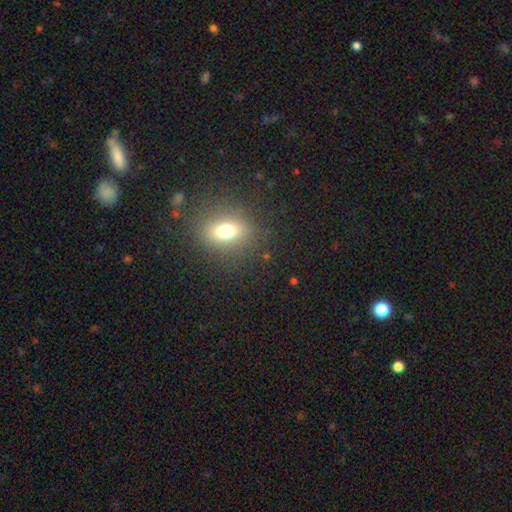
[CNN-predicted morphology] smooth 60%, star or artifact 21%, featured or disk 18%. Down the decision tree: how rounded — in between (62%); merging — none (86%).